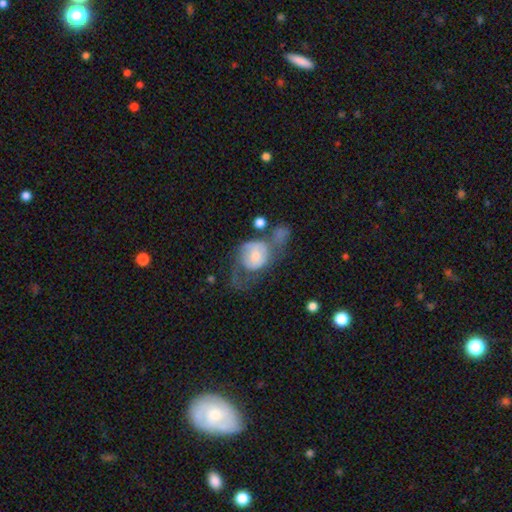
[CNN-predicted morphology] Q: Smooth or featured?
A: smooth (50%); runner-up: featured or disk (43%)
Q: How rounded?
A: round (62%); runner-up: in between (36%)
Q: Merging?
A: major disturbance (41%); runner-up: merger (25%)